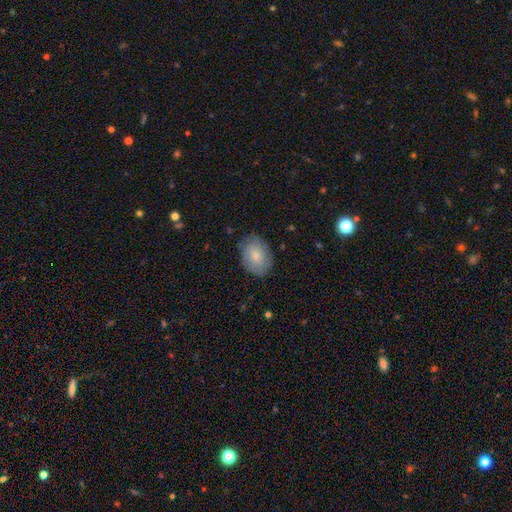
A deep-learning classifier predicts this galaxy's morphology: Smooth or featured?
  - smooth: 71% *
  - featured or disk: 22%
  - star or artifact: 7%
How rounded?
  - in between: 82% *
  - round: 17%
  - cigar-shaped: 1%
Merging?
  - none: 79% *
  - minor disturbance: 16%
  - major disturbance: 4%
  - merger: 1%